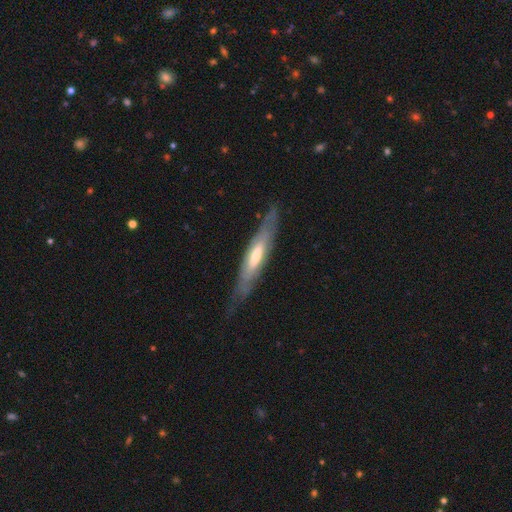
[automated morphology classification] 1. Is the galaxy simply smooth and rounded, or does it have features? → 63% featured or disk, 31% smooth, 6% star or artifact.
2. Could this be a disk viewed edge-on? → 69% yes, 31% no.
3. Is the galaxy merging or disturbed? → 74% none, 19% minor disturbance, 6% major disturbance, 1% merger.